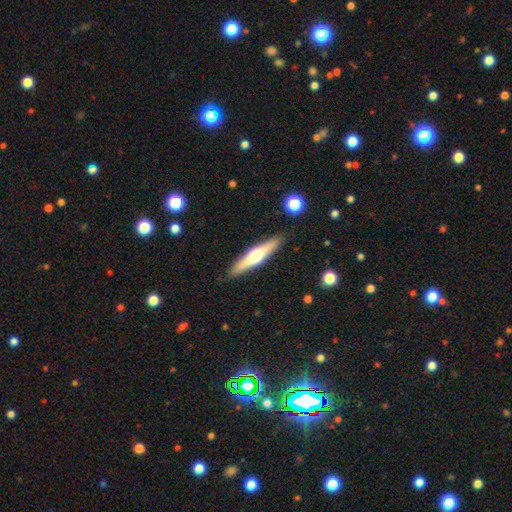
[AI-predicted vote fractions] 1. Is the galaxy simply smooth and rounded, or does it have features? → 57% featured or disk, 37% smooth, 5% star or artifact.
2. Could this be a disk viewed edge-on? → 95% yes, 5% no.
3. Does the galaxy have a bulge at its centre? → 92% rounded, 4% boxy, 4% none.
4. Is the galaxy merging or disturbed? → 90% none, 7% minor disturbance, 2% major disturbance, 1% merger.